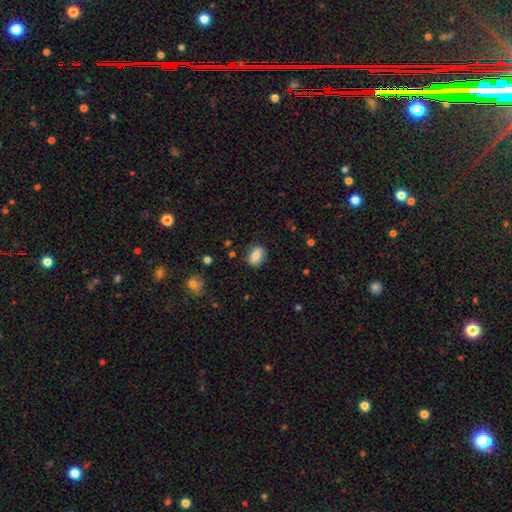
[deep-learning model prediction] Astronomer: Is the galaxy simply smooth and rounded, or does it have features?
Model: smooth — 64%.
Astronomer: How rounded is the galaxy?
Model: in between — 64%.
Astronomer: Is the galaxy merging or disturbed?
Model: none — 73%.